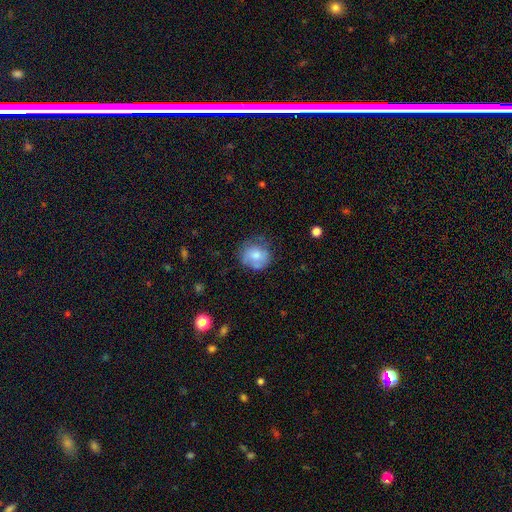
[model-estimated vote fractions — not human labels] Q: Smooth or featured?
A: smooth (71%); runner-up: featured or disk (21%)
Q: How rounded?
A: round (80%); runner-up: in between (20%)
Q: Merging?
A: none (59%); runner-up: minor disturbance (27%)